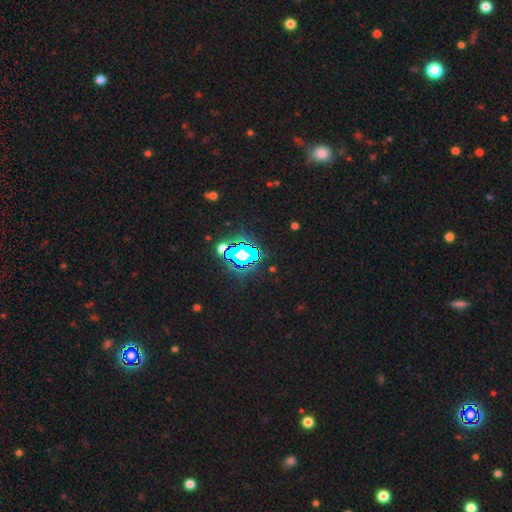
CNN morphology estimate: Overall: star or artifact (82%).